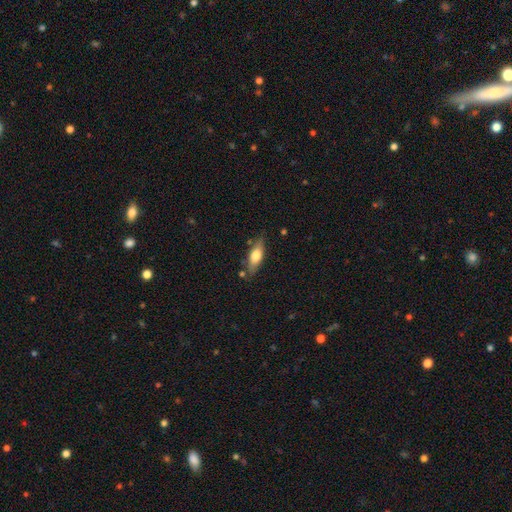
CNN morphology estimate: Smooth or featured? Predicted: smooth (p=0.64). How rounded? Predicted: in between (p=0.65). Merging? Predicted: none (p=0.75).